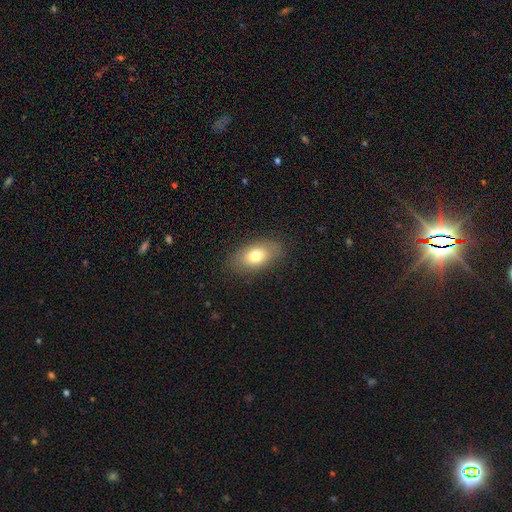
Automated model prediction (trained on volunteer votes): Smooth or featured?
  - smooth: 76% *
  - featured or disk: 16%
  - star or artifact: 8%
How rounded?
  - in between: 90% *
  - round: 8%
  - cigar-shaped: 3%
Merging?
  - none: 84% *
  - minor disturbance: 12%
  - major disturbance: 3%
  - merger: 1%